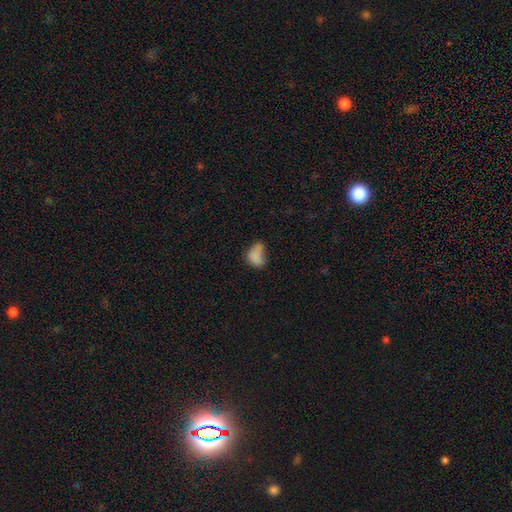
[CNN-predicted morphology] A smooth galaxy with no disk features (79%) that is in between round and cigar-shaped (78%).

Vote fractions:
- Smooth or featured? smooth: 79% / star or artifact: 12% / featured or disk: 10%
- How rounded? in between: 78% / round: 21% / cigar-shaped: 2%
- Merging? minor disturbance: 36% / none: 35% / major disturbance: 22% / merger: 8%